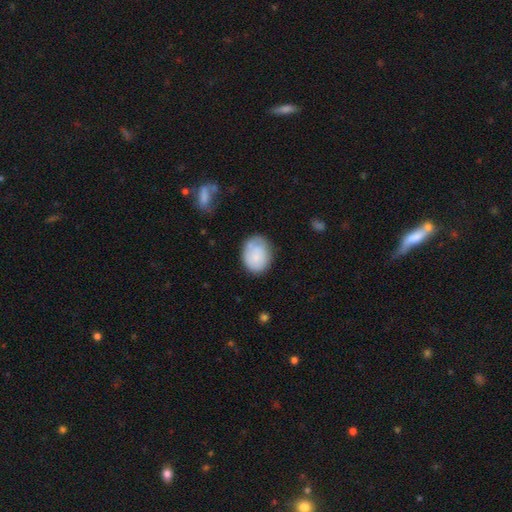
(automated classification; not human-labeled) A smooth galaxy with no disk features (75%) that is in between round and cigar-shaped (61%).

Vote fractions:
- Smooth or featured? smooth: 75% / featured or disk: 18% / star or artifact: 7%
- How rounded? in between: 61% / round: 38% / cigar-shaped: 1%
- Merging? none: 62% / minor disturbance: 25% / major disturbance: 8% / merger: 5%